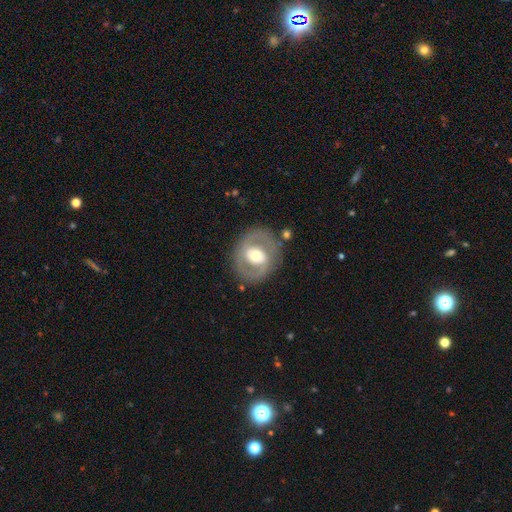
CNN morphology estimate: featured or disk 64%, smooth 30%, star or artifact 6%. Down the decision tree: edge-on disk — no (96%); bar — no (51%); spiral arms — no (57%); bulge size — moderate (68%); merging — none (79%).